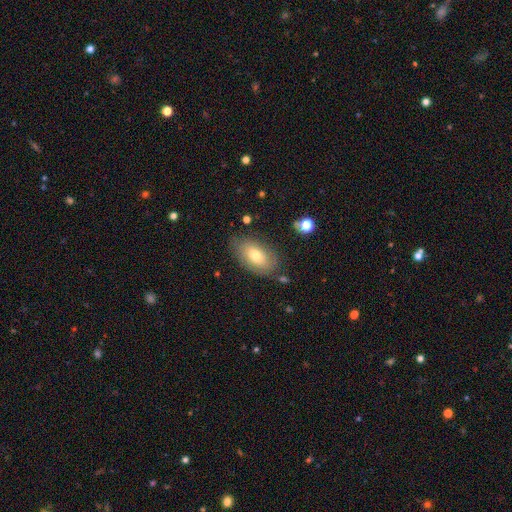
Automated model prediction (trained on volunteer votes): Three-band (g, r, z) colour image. It shows a smooth galaxy with no disk features (65%) that is in between round and cigar-shaped (92%). Merging: none (75%).